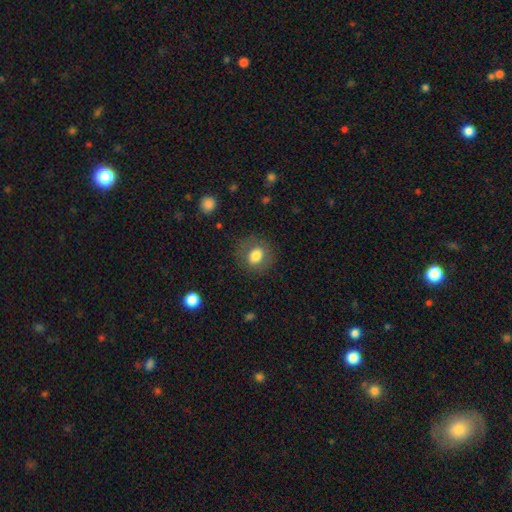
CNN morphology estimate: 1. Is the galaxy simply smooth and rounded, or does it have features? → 78% smooth, 14% featured or disk, 9% star or artifact.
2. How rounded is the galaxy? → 62% round, 37% in between, 1% cigar-shaped.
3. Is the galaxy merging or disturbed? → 80% none, 12% minor disturbance, 6% major disturbance, 1% merger.